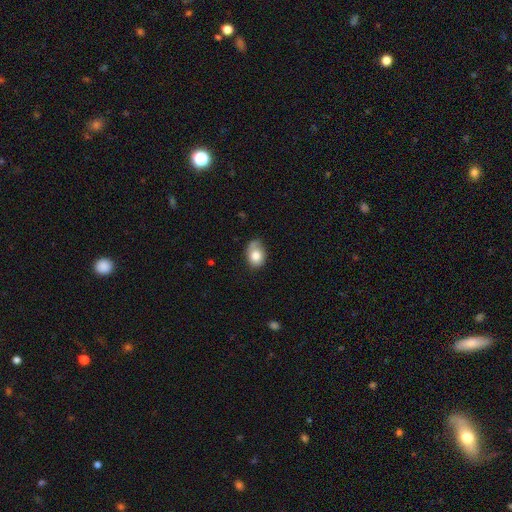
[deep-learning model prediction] Overall: smooth (76%). How rounded: in between (68%; round 31%). Merging: none (49%; minor disturbance 35%).